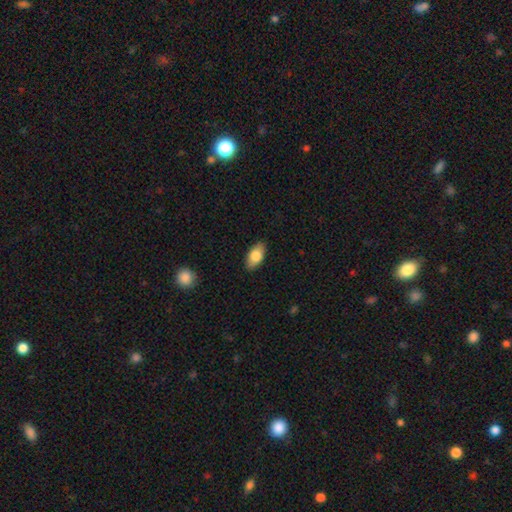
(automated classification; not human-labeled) A smooth galaxy with no disk features (81%) that is in between round and cigar-shaped (92%). Merging: none (88%).